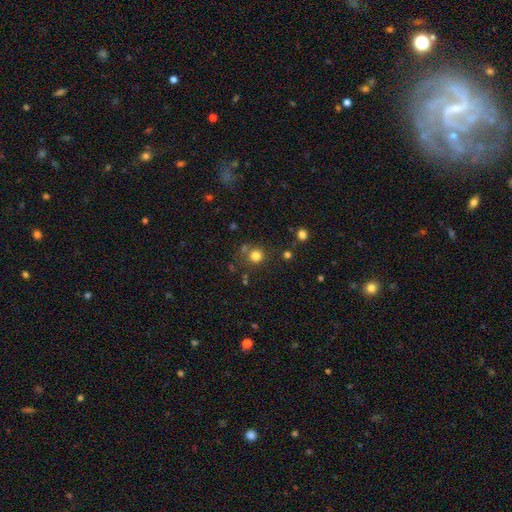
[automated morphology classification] This is likely a smooth galaxy (80%). How rounded: clearly round (91%). Merging: likely none (74%).